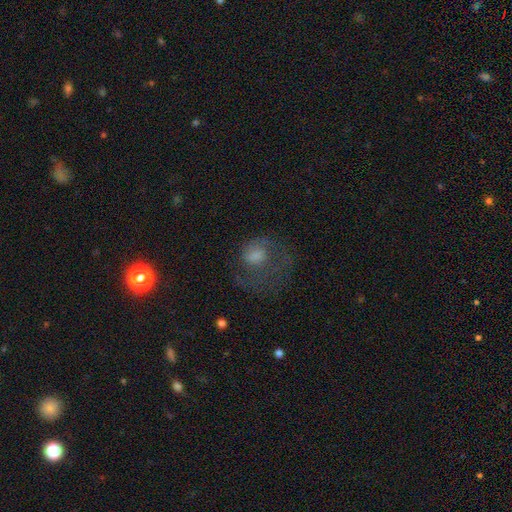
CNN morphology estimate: Smooth or featured? featured or disk (42%)
Merging? major disturbance (41%)